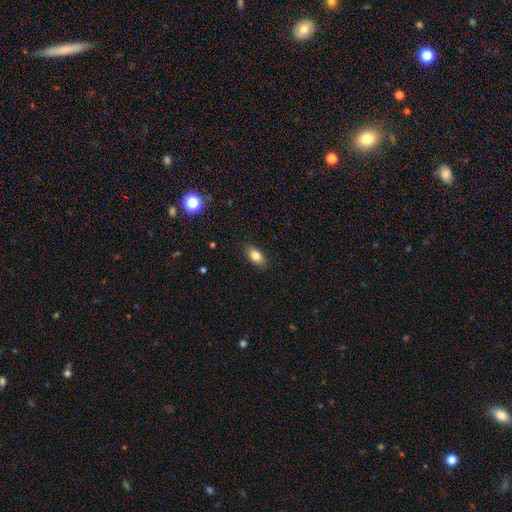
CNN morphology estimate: Smooth or featured?
  - smooth: 81% *
  - featured or disk: 11%
  - star or artifact: 8%
How rounded?
  - in between: 89% *
  - cigar-shaped: 6%
  - round: 5%
Merging?
  - none: 88% *
  - minor disturbance: 9%
  - major disturbance: 2%
  - merger: 1%